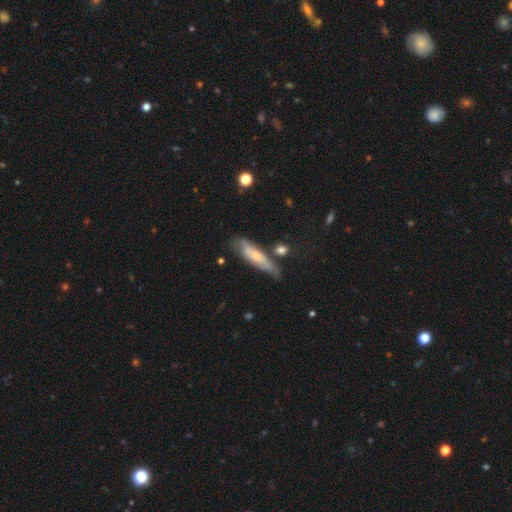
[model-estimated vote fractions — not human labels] A smooth galaxy with no disk features (50%).

Vote fractions:
- Smooth or featured? smooth: 50% / featured or disk: 44% / star or artifact: 6%
- Merging? none: 61% / minor disturbance: 25% / major disturbance: 7% / merger: 7%